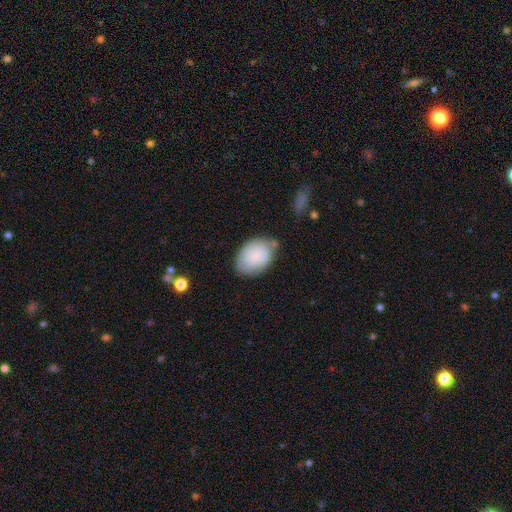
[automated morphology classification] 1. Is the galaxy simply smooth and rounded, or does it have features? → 77% smooth, 16% featured or disk, 7% star or artifact.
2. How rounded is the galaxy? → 82% in between, 17% round, 1% cigar-shaped.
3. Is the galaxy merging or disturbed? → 64% none, 26% minor disturbance, 6% major disturbance, 5% merger.